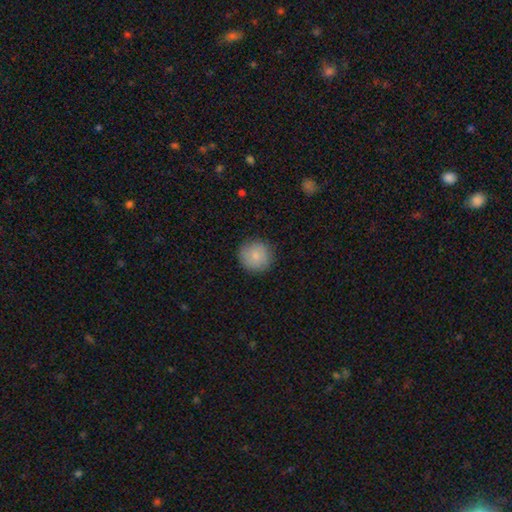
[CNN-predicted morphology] smooth-or-featured: smooth: 85% | featured or disk: 8% | star or artifact: 7%
  how-rounded: round: 94% | in between: 5% | cigar-shaped: 1%
  merging: none: 88% | minor disturbance: 9% | major disturbance: 2% | merger: 1%